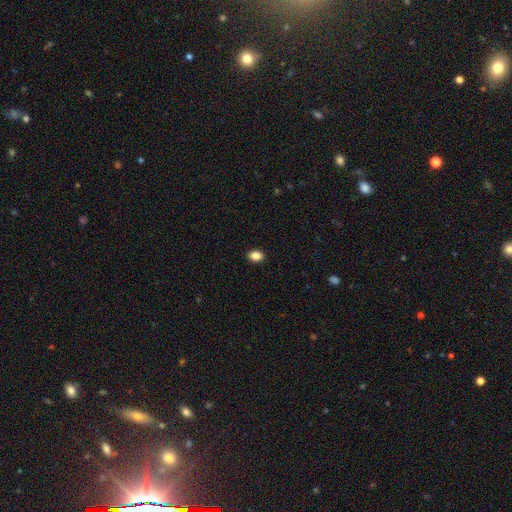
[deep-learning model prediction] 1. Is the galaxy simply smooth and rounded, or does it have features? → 87% smooth, 9% star or artifact, 4% featured or disk.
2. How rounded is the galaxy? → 73% in between, 26% round, 1% cigar-shaped.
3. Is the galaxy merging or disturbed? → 90% none, 7% minor disturbance, 2% major disturbance, 1% merger.